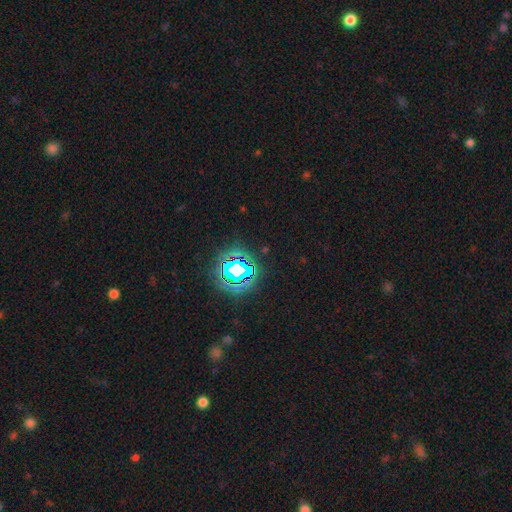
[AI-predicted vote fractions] A star or artifact, not a galaxy (81%).